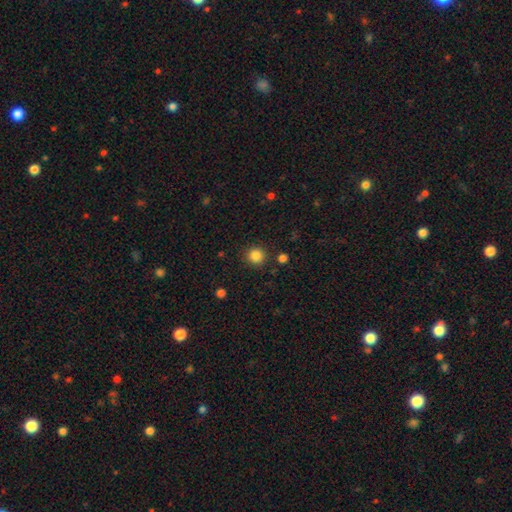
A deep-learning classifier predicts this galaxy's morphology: Smooth or featured? Predicted: smooth (p=0.85). How rounded? Predicted: round (p=0.93). Merging? Predicted: none (p=0.89).